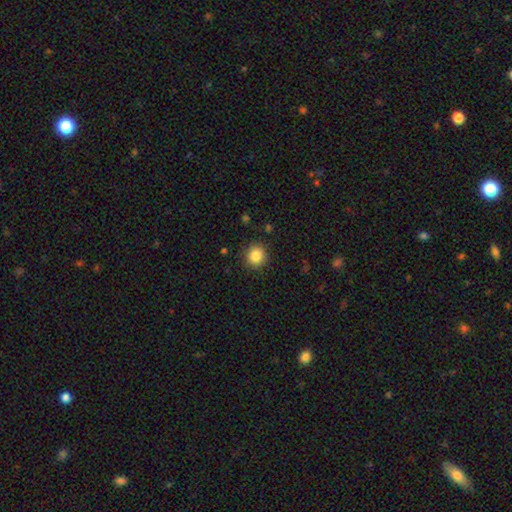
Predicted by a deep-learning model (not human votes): A smooth galaxy with no disk features (85%) that is round (87%). Merging: none (88%).